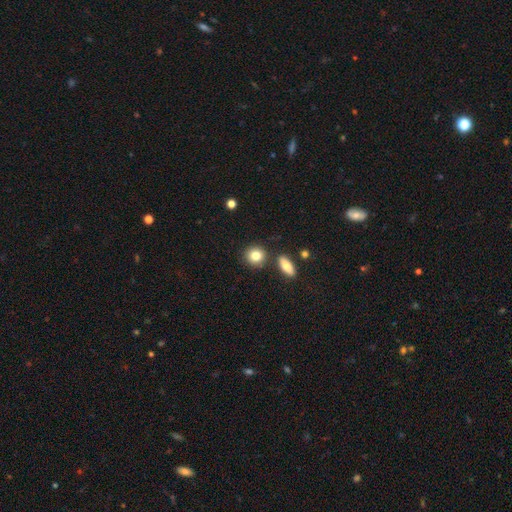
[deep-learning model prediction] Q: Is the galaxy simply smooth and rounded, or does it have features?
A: smooth — 83%.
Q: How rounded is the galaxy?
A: round — 82%.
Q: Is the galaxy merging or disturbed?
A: none — 80%.